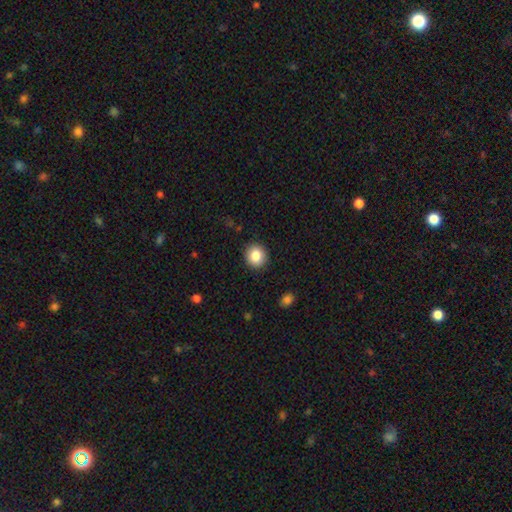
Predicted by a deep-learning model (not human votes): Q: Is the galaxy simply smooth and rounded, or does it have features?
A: smooth — 86%.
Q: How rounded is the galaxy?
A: round — 87%.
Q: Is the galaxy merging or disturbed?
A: none — 91%.